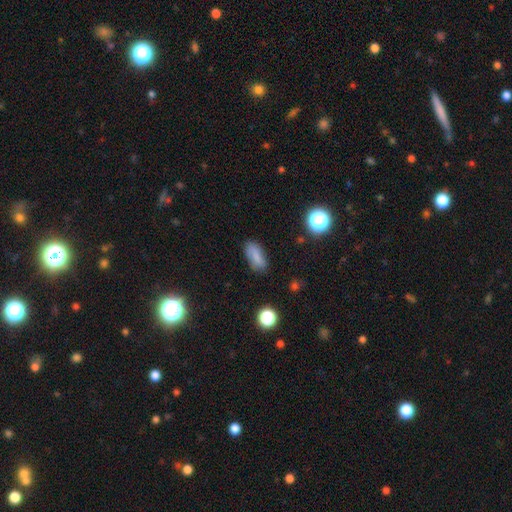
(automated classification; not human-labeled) Q: Smooth or featured?
A: smooth (80%); runner-up: featured or disk (10%)
Q: How rounded?
A: in between (83%); runner-up: cigar-shaped (13%)
Q: Merging?
A: none (78%); runner-up: minor disturbance (16%)